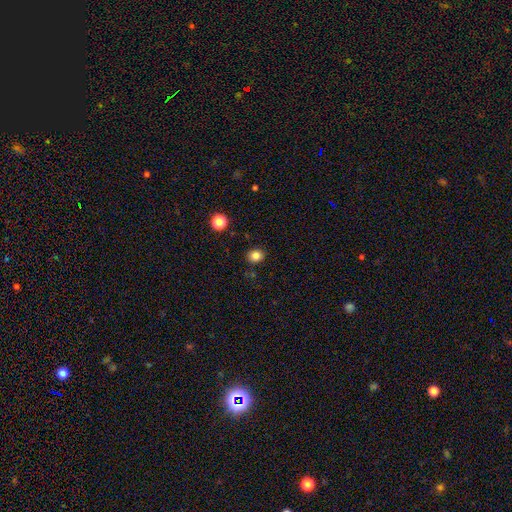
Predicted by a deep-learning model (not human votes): smooth-or-featured: smooth: 82% | star or artifact: 12% | featured or disk: 5%
  how-rounded: round: 75% | in between: 24% | cigar-shaped: 1%
  merging: none: 88% | minor disturbance: 8% | major disturbance: 2% | merger: 2%